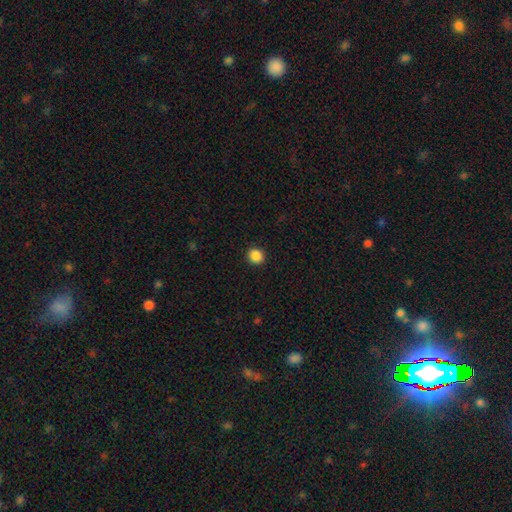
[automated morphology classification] A smooth galaxy with no disk features (87%) that is round (88%). Merging: none (92%).